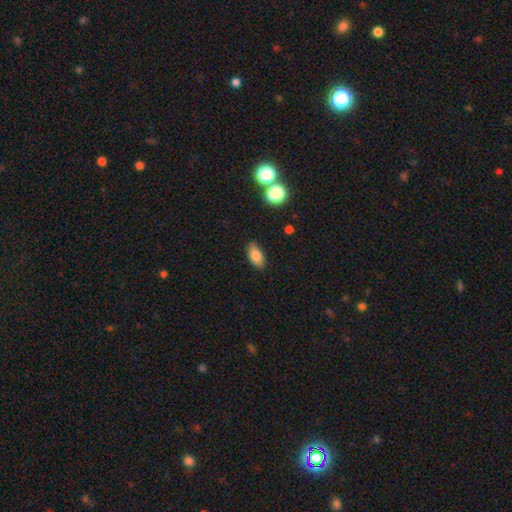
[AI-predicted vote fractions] Morphology: type=smooth (81%); roundness=in between (88%); merging=none (86%).